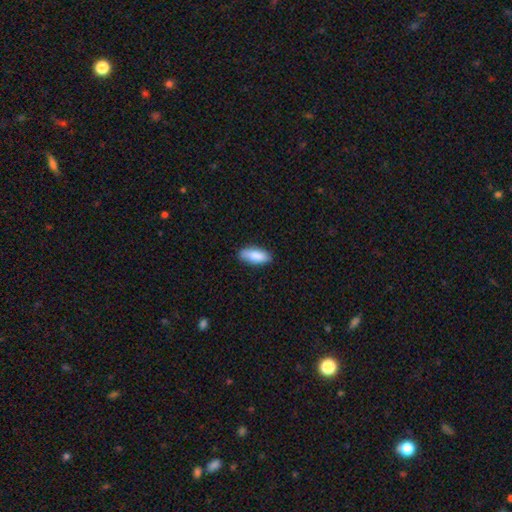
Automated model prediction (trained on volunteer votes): The model was most divided on "how rounded": in between: 81%, cigar-shaped: 17%, round: 2%. More confident: merging — none (86%); smooth or featured — smooth (86%).